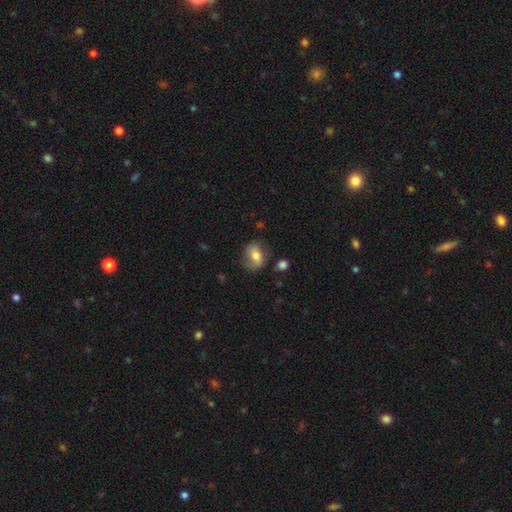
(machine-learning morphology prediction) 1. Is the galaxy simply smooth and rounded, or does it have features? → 57% smooth, 35% featured or disk, 8% star or artifact.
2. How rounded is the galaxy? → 68% in between, 30% round, 2% cigar-shaped.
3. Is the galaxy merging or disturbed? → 66% none, 22% minor disturbance, 9% major disturbance, 3% merger.